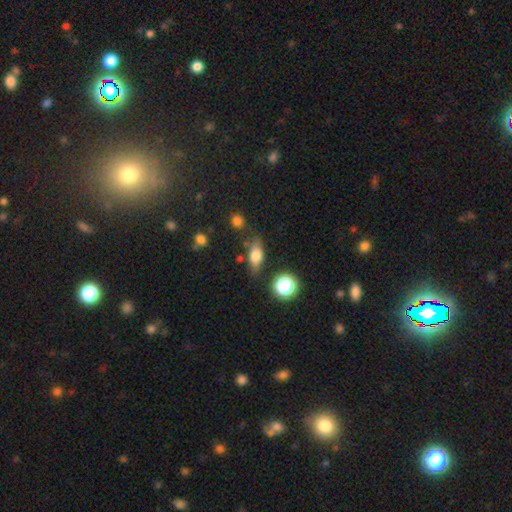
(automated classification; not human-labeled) Smooth or featured: smooth — 71% (featured or disk — 19%)
How rounded: in between — 73% (cigar-shaped — 16%)
Merging: none — 71% (minor disturbance — 18%)